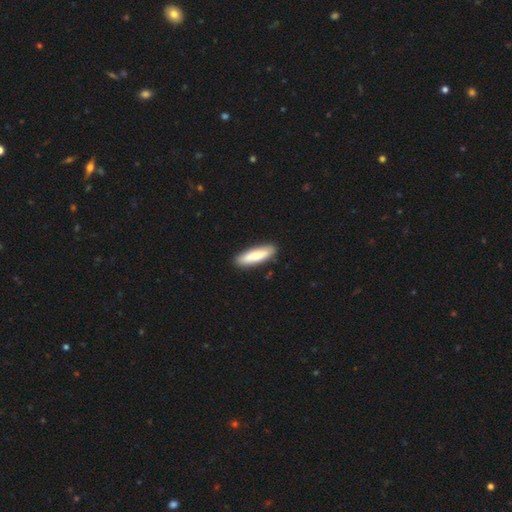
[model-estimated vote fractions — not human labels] Smooth or featured?
  - smooth: 75% *
  - featured or disk: 20%
  - star or artifact: 5%
How rounded?
  - cigar-shaped: 61% *
  - in between: 38%
  - round: 2%
Merging?
  - none: 89% *
  - minor disturbance: 8%
  - major disturbance: 2%
  - merger: 1%